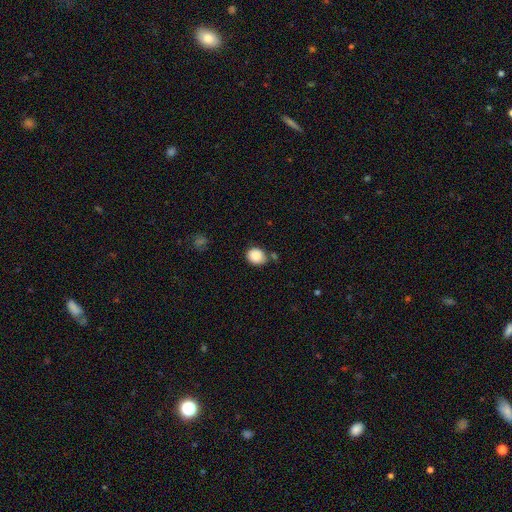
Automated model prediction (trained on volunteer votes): The model was most divided on "how rounded": round: 61%, in between: 38%, cigar-shaped: 1%. More confident: smooth or featured — smooth (88%); merging — none (67%).